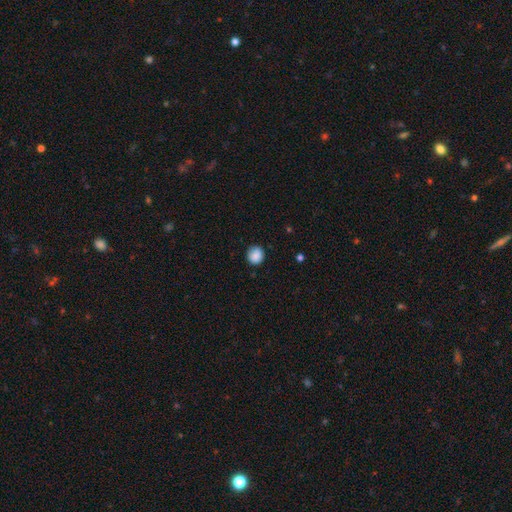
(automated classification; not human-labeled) A smooth galaxy with no disk features (88%) that is round (88%).

Vote fractions:
- Smooth or featured? smooth: 88% / star or artifact: 8% / featured or disk: 4%
- How rounded? round: 88% / in between: 11% / cigar-shaped: 1%
- Merging? none: 84% / minor disturbance: 12% / major disturbance: 2% / merger: 1%